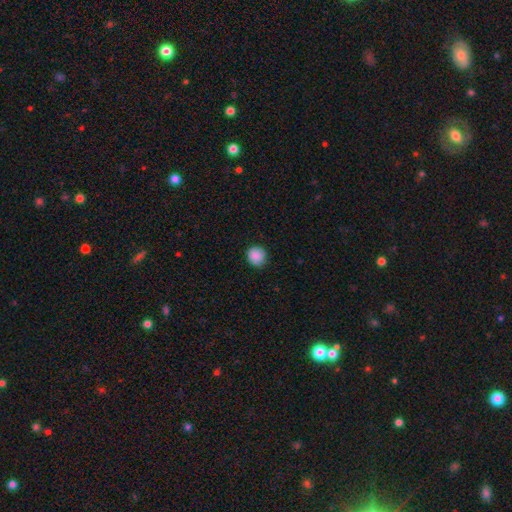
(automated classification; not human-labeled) Smooth or featured?
  - smooth: 89% *
  - star or artifact: 8%
  - featured or disk: 3%
How rounded?
  - round: 89% *
  - in between: 10%
  - cigar-shaped: 1%
Merging?
  - none: 85% *
  - minor disturbance: 11%
  - major disturbance: 2%
  - merger: 1%